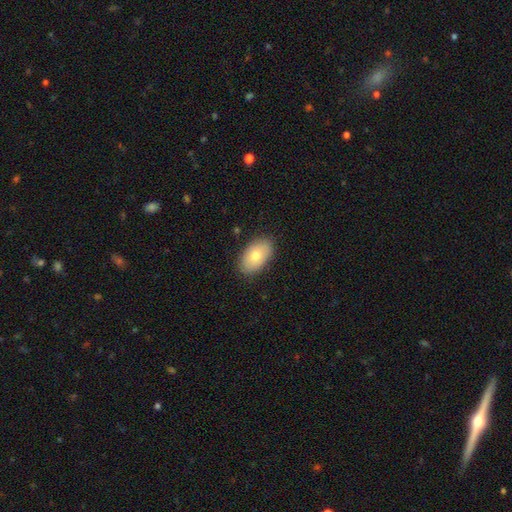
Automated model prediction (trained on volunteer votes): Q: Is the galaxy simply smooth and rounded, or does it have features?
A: smooth — 76%.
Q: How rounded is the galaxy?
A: in between — 93%.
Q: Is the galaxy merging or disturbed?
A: none — 86%.